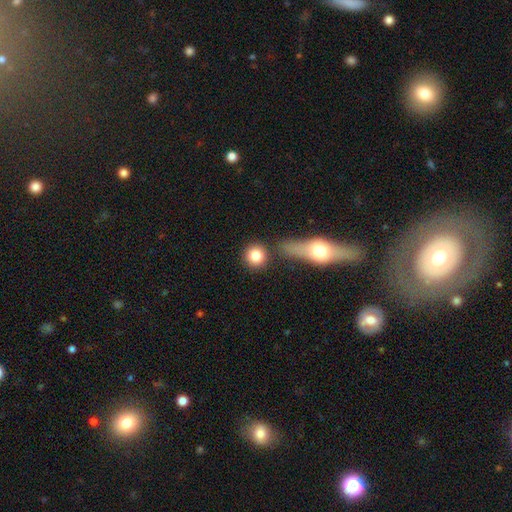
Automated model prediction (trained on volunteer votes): smooth-or-featured: smooth: 83% | featured or disk: 8% | star or artifact: 8%
  how-rounded: round: 90% | in between: 8% | cigar-shaped: 2%
  merging: none: 71% | merger: 15% | minor disturbance: 9% | major disturbance: 5%